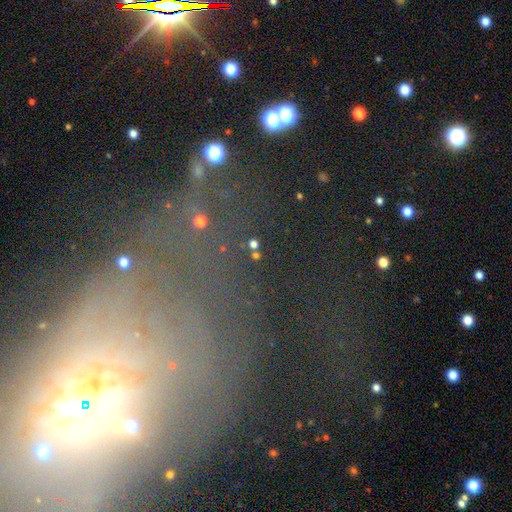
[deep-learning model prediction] Q: Smooth or featured?
A: star or artifact (58%); runner-up: smooth (26%)